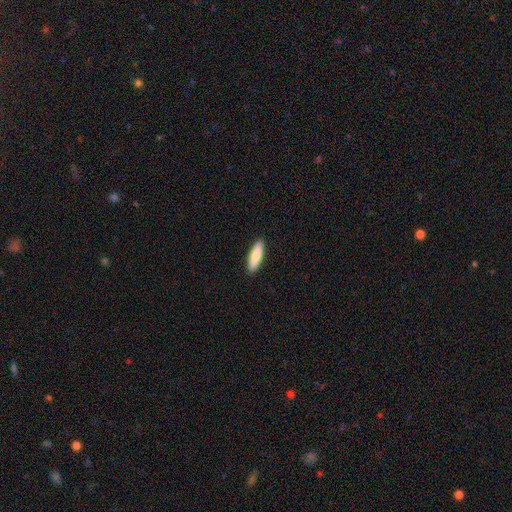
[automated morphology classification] A smooth galaxy with no disk features (81%) that is cigar-shaped (60%).

Vote fractions:
- Smooth or featured? smooth: 81% / featured or disk: 14% / star or artifact: 5%
- How rounded? cigar-shaped: 60% / in between: 38% / round: 2%
- Merging? none: 91% / minor disturbance: 6% / major disturbance: 1% / merger: 1%